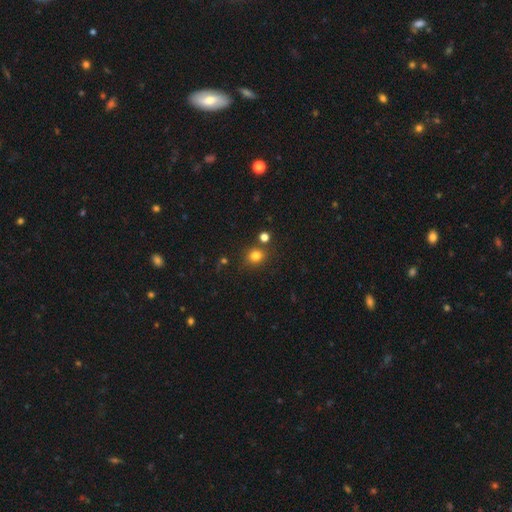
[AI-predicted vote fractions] This is clearly a smooth galaxy (80%). How rounded: likely round (76%). Merging: likely none (78%).